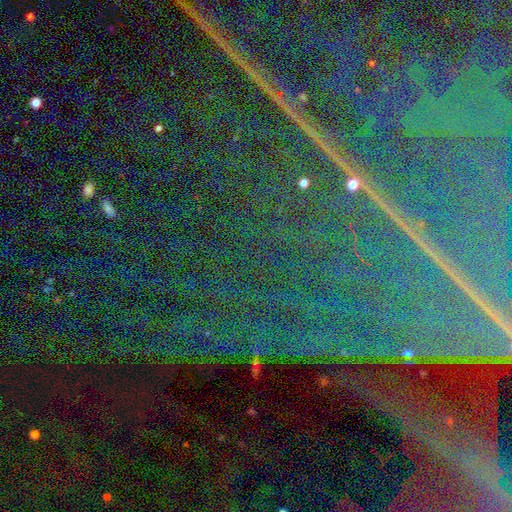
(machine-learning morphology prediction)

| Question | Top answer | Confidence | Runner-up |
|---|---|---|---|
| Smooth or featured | star or artifact | 88% | featured or disk (7%) |